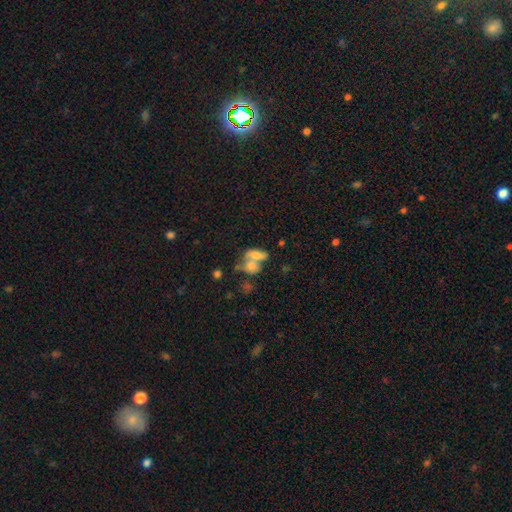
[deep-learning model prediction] Smooth or featured: smooth — 66% (featured or disk — 23%)
How rounded: in between — 74% (round — 16%)
Merging: merger — 60% (none — 25%)